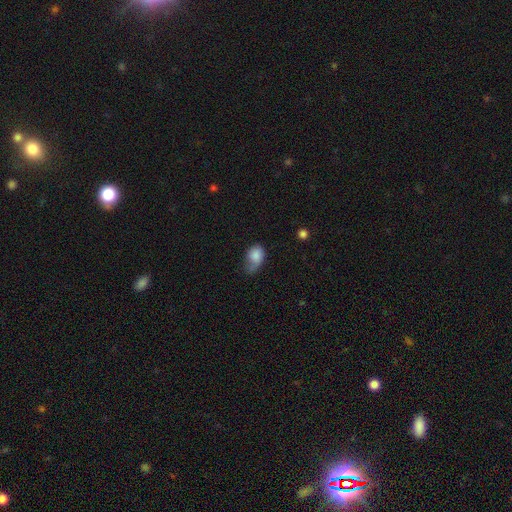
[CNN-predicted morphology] smooth-or-featured: smooth: 74% | featured or disk: 18% | star or artifact: 8%
  how-rounded: in between: 75% | round: 23% | cigar-shaped: 2%
  merging: minor disturbance: 36% | major disturbance: 32% | none: 29% | merger: 4%